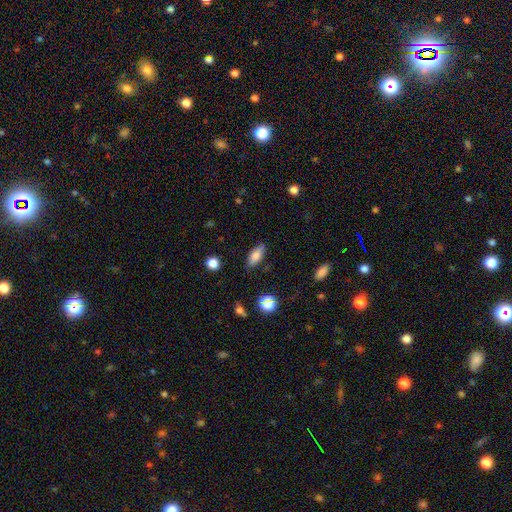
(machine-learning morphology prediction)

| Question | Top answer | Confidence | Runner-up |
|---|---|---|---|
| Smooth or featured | smooth | 77% | featured or disk (14%) |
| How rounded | in between | 77% | cigar-shaped (20%) |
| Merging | none | 83% | minor disturbance (12%) |